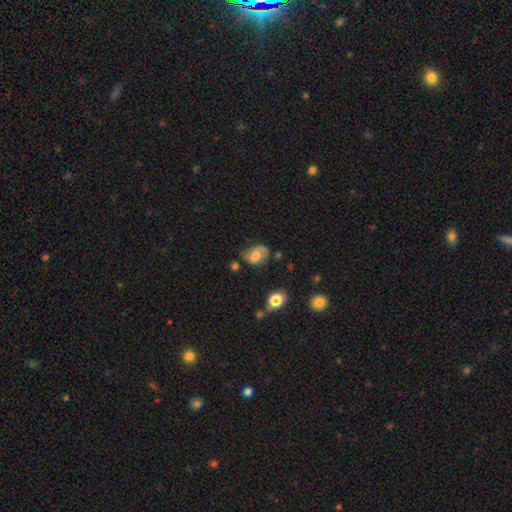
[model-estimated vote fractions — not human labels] Q: Smooth or featured?
A: smooth (60%); runner-up: featured or disk (31%)
Q: How rounded?
A: in between (68%); runner-up: round (31%)
Q: Merging?
A: none (55%); runner-up: minor disturbance (30%)